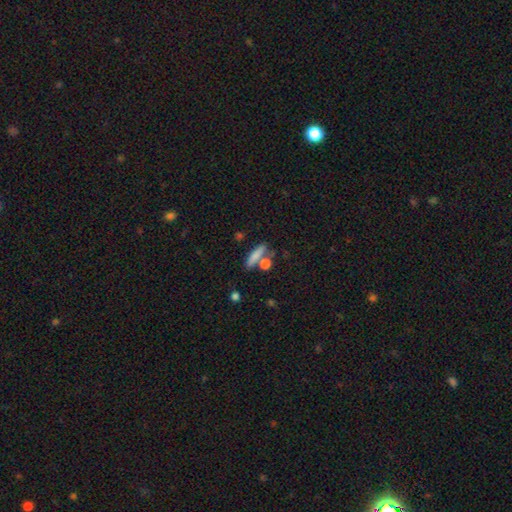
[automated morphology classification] smooth-or-featured: smooth: 77% | featured or disk: 14% | star or artifact: 9%
  how-rounded: cigar-shaped: 67% | in between: 24% | round: 9%
  merging: none: 64% | merger: 19% | minor disturbance: 12% | major disturbance: 5%